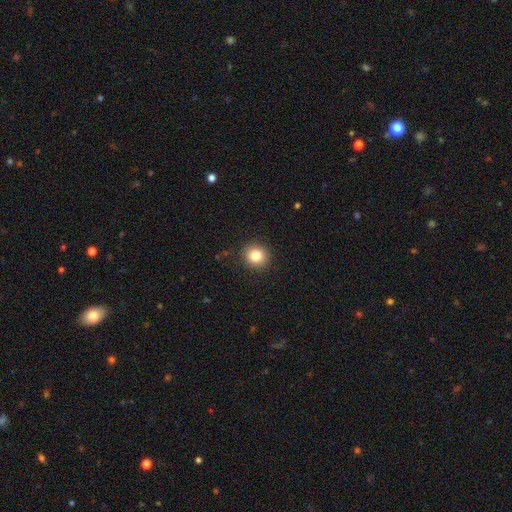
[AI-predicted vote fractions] smooth-or-featured: smooth: 83% | star or artifact: 11% | featured or disk: 7%
  how-rounded: round: 89% | in between: 10% | cigar-shaped: 1%
  merging: none: 90% | minor disturbance: 6% | major disturbance: 2% | merger: 1%